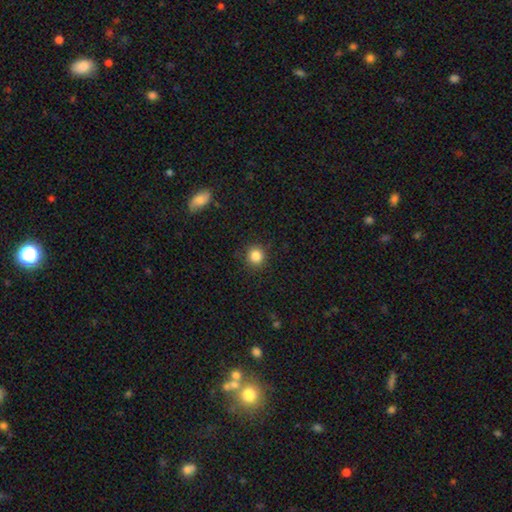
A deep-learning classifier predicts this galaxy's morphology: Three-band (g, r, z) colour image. It shows a smooth galaxy with no disk features (85%) that is round (91%). Merging: none (90%).